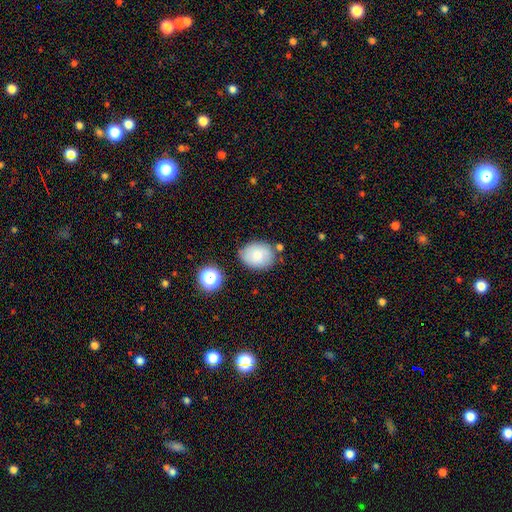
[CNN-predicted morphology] A smooth galaxy with no disk features (80%) that is in between round and cigar-shaped (67%). Merging: none (73%).